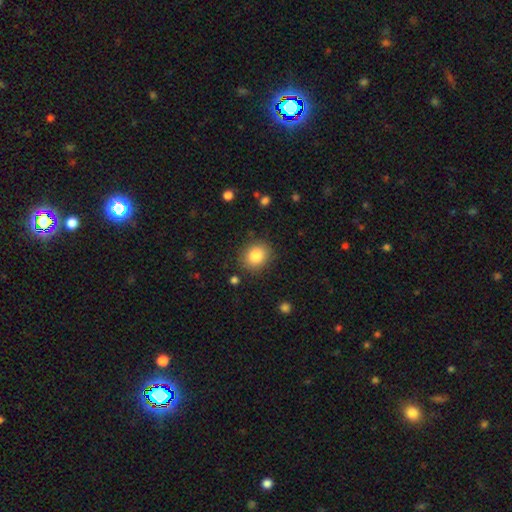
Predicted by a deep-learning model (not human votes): smooth 85%, star or artifact 9%, featured or disk 6%. Down the decision tree: how rounded — round (68%); merging — none (86%).